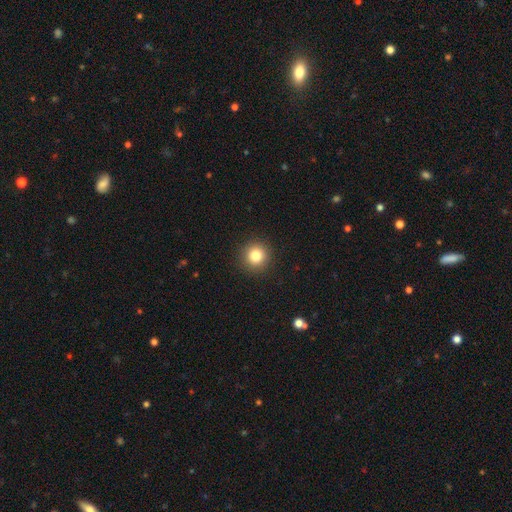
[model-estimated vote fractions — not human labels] smooth-or-featured: smooth: 82% | star or artifact: 11% | featured or disk: 7%
  how-rounded: round: 95% | in between: 4% | cigar-shaped: 1%
  merging: none: 92% | minor disturbance: 5% | major disturbance: 2% | merger: 1%